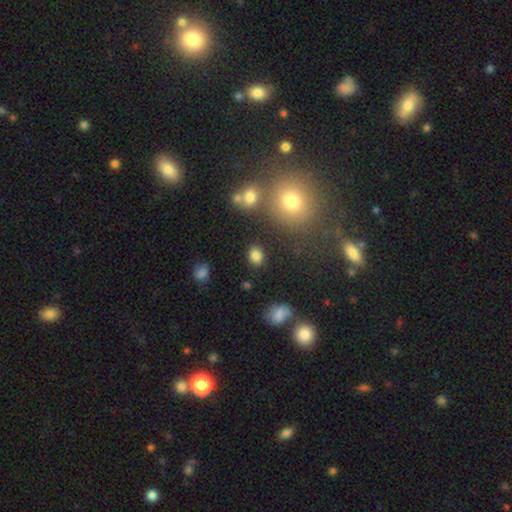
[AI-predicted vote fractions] This appears to be a smooth galaxy with no disk features (83%) that is in between round and cigar-shaped (50%). Merging: none (83%).